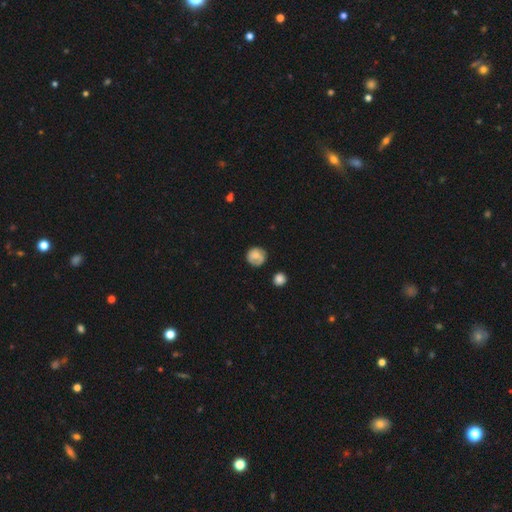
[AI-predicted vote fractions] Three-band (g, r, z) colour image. It shows a smooth galaxy with no disk features (69%) that is round (87%). Merging: none (68%).